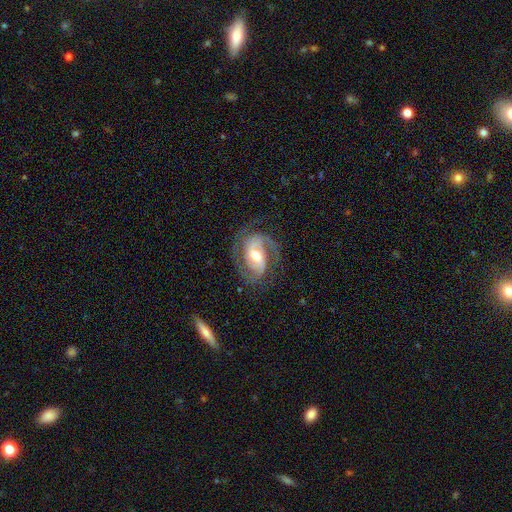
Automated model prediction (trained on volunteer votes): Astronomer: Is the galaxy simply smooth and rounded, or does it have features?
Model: featured or disk — 88%.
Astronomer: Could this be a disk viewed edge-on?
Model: no — 97%.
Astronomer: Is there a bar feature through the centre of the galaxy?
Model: weak — 45% (runner-up: strong, 30%).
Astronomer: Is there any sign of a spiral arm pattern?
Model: yes — 97%.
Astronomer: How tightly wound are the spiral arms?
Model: medium — 51% (runner-up: tight, 35%).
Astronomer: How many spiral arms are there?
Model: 2 — 79%.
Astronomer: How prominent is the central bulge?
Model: moderate — 65%.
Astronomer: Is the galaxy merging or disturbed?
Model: none — 72%.